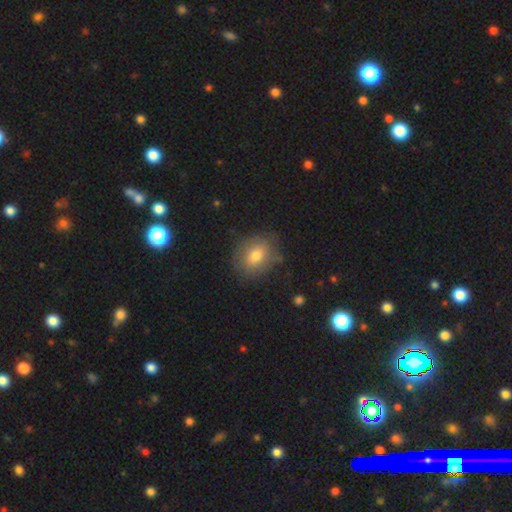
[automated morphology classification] Smooth or featured: smooth — 73% (featured or disk — 18%)
How rounded: round — 51% (in between — 47%)
Merging: none — 75% (minor disturbance — 18%)